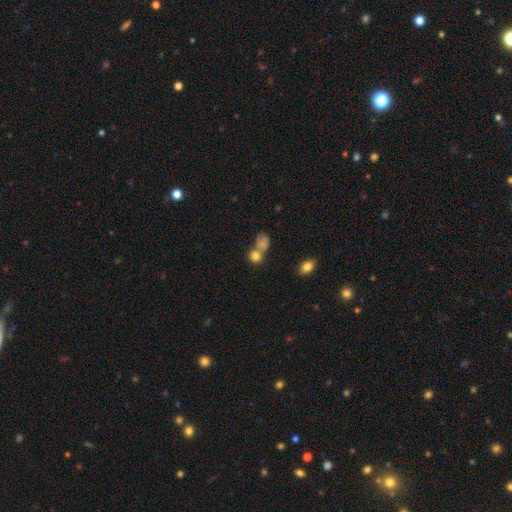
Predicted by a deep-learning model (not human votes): Smooth or featured? Predicted: smooth (p=0.80). How rounded? Predicted: round (p=0.73). Merging? Predicted: merger (p=0.47).